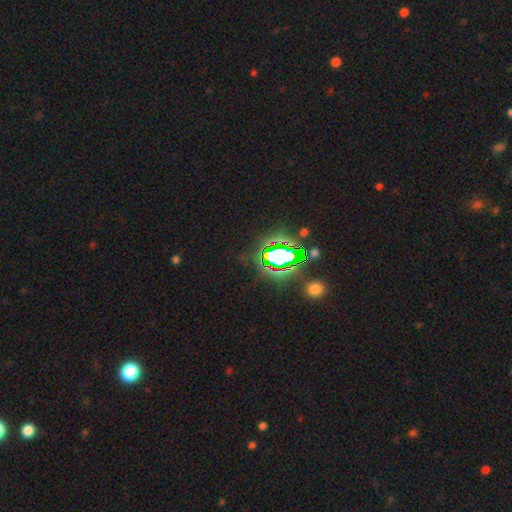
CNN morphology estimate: Smooth or featured? Predicted: star or artifact (p=0.80).